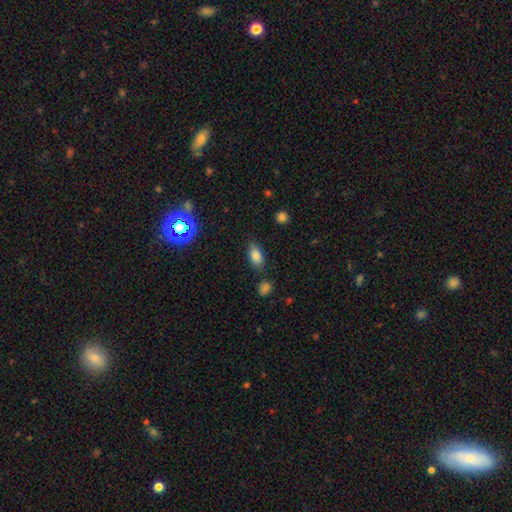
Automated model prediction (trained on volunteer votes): smooth-or-featured: smooth: 82% | star or artifact: 11% | featured or disk: 8%
  how-rounded: in between: 89% | round: 7% | cigar-shaped: 4%
  merging: none: 77% | minor disturbance: 15% | merger: 4% | major disturbance: 4%